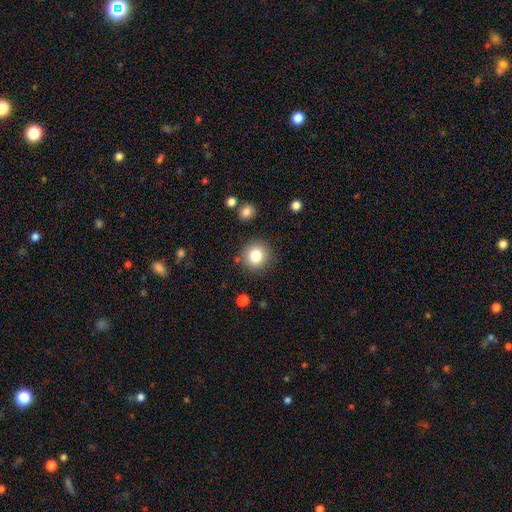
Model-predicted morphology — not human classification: A smooth galaxy with no disk features (82%) that is round (93%). Merging: none (86%).